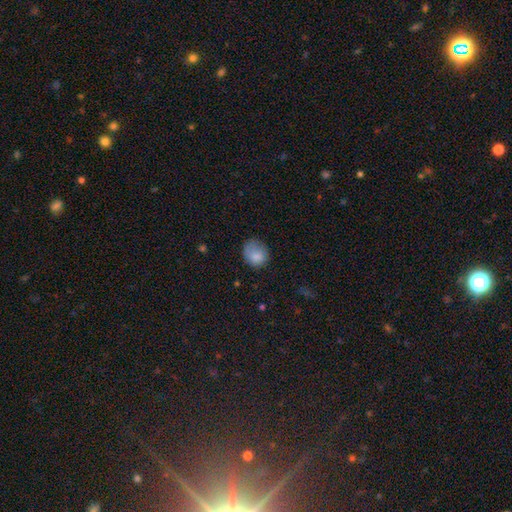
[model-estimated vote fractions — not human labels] A smooth galaxy with no disk features (83%) that is round (69%). Merging: none (59%).